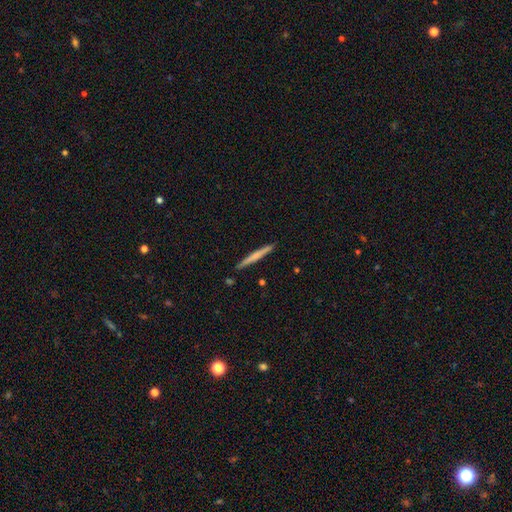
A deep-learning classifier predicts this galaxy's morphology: This is possibly a smooth galaxy (53%). How rounded: clearly cigar-shaped (97%). Merging: clearly none (90%).